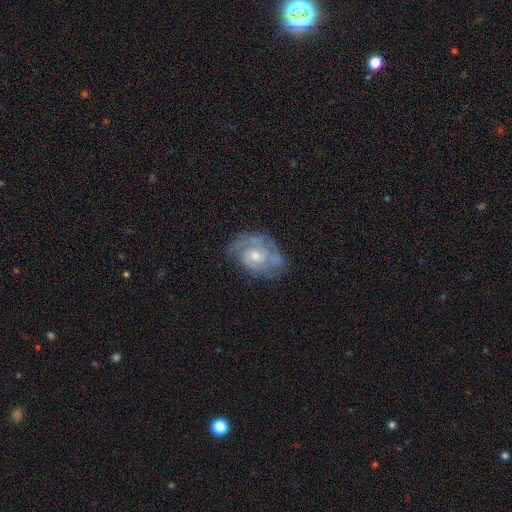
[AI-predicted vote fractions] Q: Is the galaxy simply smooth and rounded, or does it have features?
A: featured or disk — 80%.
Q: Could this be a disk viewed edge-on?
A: no — 97%.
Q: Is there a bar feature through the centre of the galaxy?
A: no — 69%.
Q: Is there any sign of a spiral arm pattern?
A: yes — 90%.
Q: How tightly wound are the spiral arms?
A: tight — 53%.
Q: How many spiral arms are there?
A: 2 — 33%.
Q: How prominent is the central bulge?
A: small — 50%.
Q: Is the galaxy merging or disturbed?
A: none — 64%.